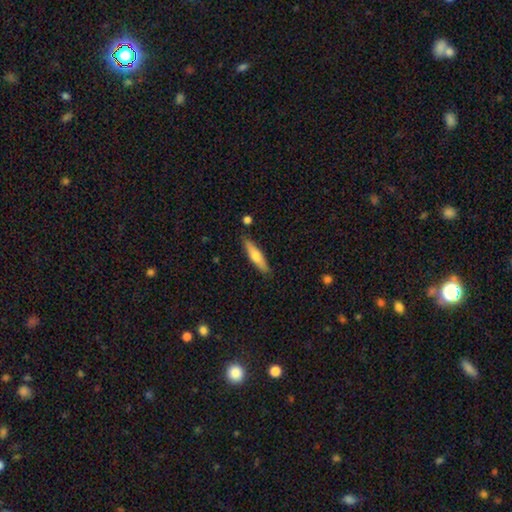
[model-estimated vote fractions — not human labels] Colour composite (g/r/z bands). It shows a smooth galaxy with no disk features (59%) that is cigar-shaped (78%). Merging: none (86%).